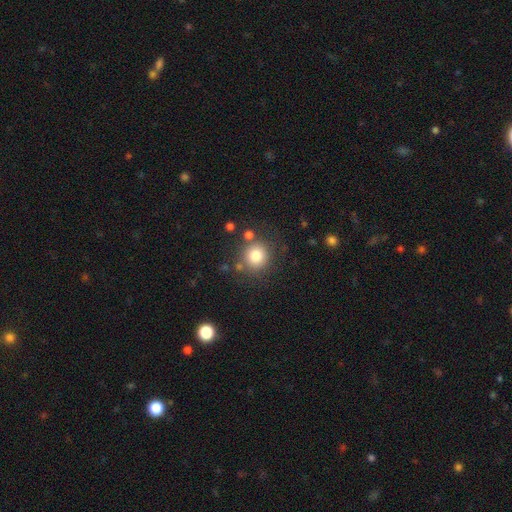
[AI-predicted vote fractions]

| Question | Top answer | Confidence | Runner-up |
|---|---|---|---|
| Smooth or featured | smooth | 81% | star or artifact (11%) |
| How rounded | round | 90% | in between (9%) |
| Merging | none | 79% | minor disturbance (10%) |